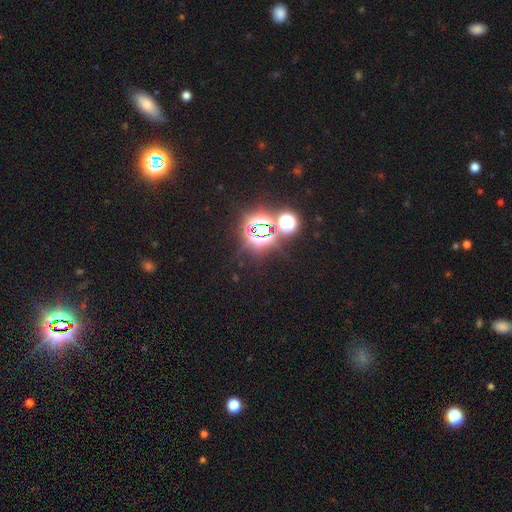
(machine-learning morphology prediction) Overall: star or artifact (75%).